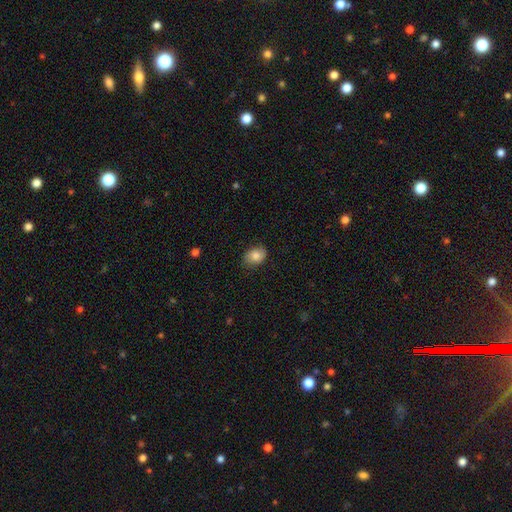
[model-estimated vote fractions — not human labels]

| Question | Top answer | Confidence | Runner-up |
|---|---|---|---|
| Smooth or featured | smooth | 81% | featured or disk (11%) |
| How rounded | in between | 68% | round (31%) |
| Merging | none | 78% | minor disturbance (18%) |